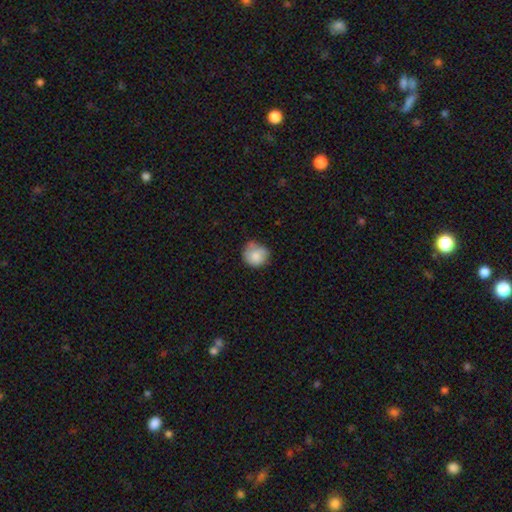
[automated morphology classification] This is clearly a smooth galaxy (82%). How rounded: clearly round (87%). Merging: possibly none (59%).